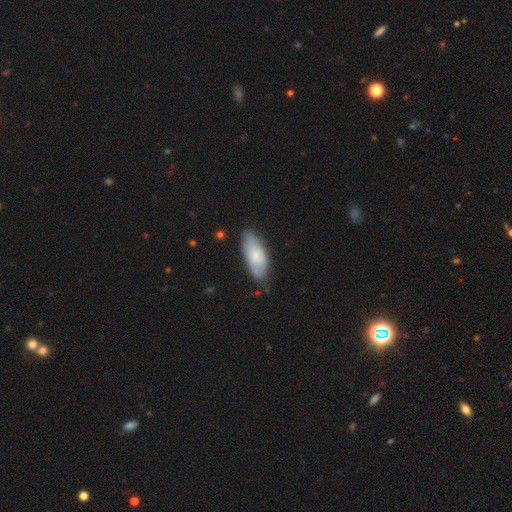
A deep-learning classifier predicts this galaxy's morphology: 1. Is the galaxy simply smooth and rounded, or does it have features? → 71% smooth, 24% featured or disk, 6% star or artifact.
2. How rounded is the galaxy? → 80% in between, 19% cigar-shaped, 2% round.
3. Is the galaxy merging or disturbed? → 72% none, 22% minor disturbance, 4% major disturbance, 2% merger.